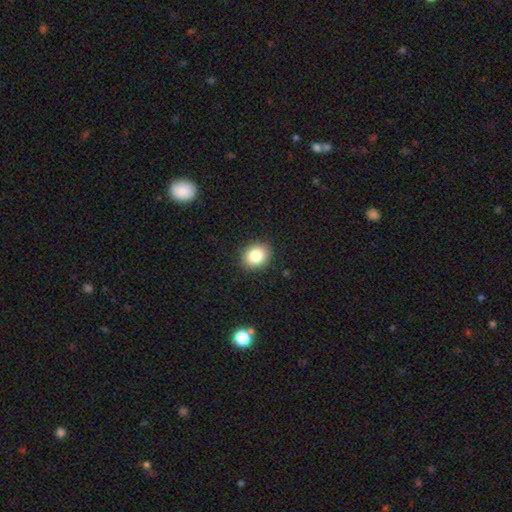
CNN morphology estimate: The model was most divided on "how rounded": round: 63%, in between: 36%, cigar-shaped: 1%. More confident: merging — none (89%); smooth or featured — smooth (82%).